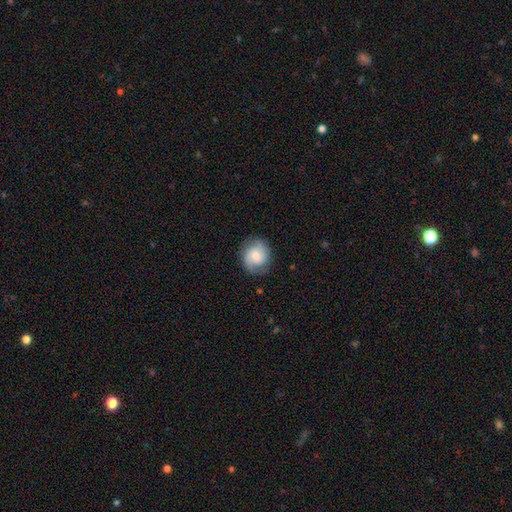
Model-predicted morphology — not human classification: smooth_or_featured: featured or disk (p=0.63) [alt: smooth p=0.30]
disk_edge_on: no (p=0.97) [alt: yes p=0.03]
bar: no (p=0.56) [alt: weak p=0.37]
has_spiral_arms: yes (p=0.92) [alt: no p=0.08]
spiral_winding: medium (p=0.45) [alt: tight p=0.35]
spiral_arm_count: 2 (p=0.80) [alt: can't tell p=0.09]
bulge_size: moderate (p=0.49) [alt: small p=0.44]
merging: none (p=0.81) [alt: minor disturbance p=0.13]